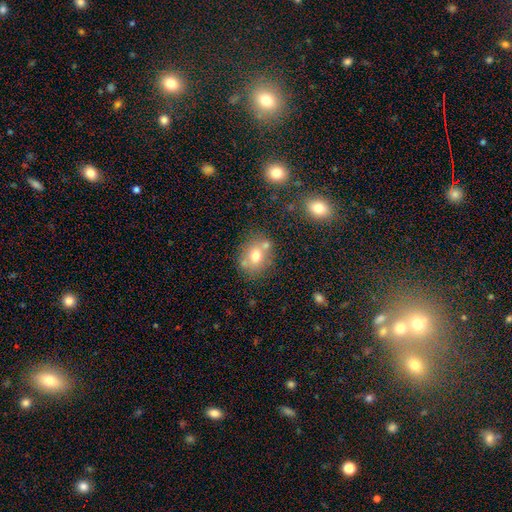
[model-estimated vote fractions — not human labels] Smooth or featured: smooth — 69% (featured or disk — 19%)
How rounded: round — 65% (in between — 34%)
Merging: none — 64% (merger — 18%)